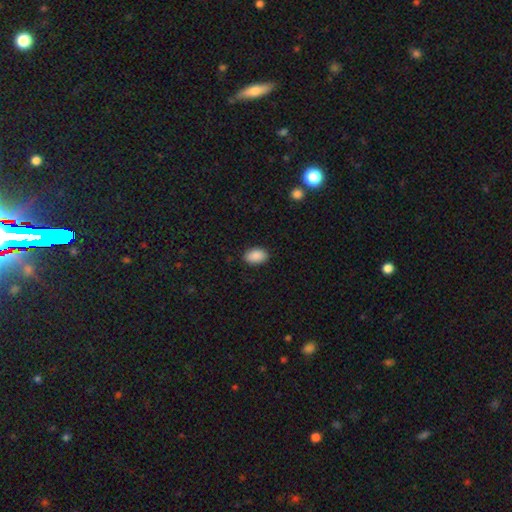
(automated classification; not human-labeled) Q: Smooth or featured?
A: smooth (90%); runner-up: star or artifact (7%)
Q: How rounded?
A: in between (91%); runner-up: round (8%)
Q: Merging?
A: none (89%); runner-up: minor disturbance (8%)